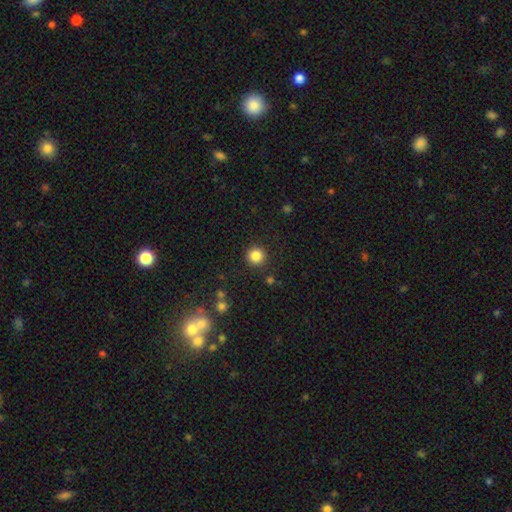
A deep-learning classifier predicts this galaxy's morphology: Smooth or featured? Predicted: smooth (p=0.84). How rounded? Predicted: round (p=0.94). Merging? Predicted: none (p=0.91).